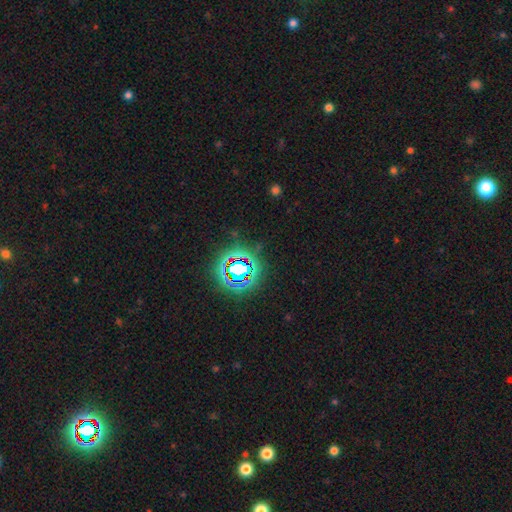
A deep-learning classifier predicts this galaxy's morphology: The model was most divided on "smooth or featured": star or artifact: 80%, smooth: 13%, featured or disk: 7%.